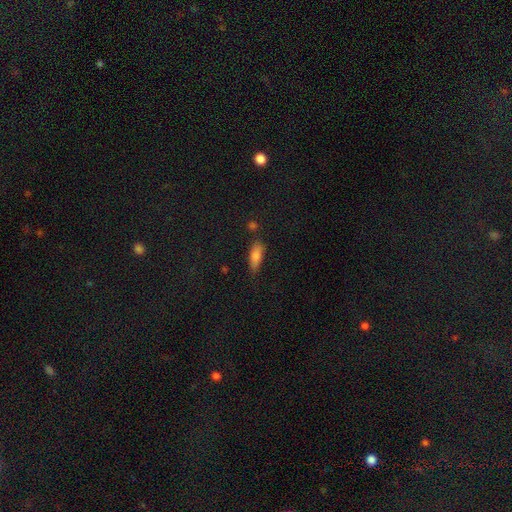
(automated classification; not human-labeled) Morphology: type=smooth (80%); roundness=in between (63%); merging=none (67%).